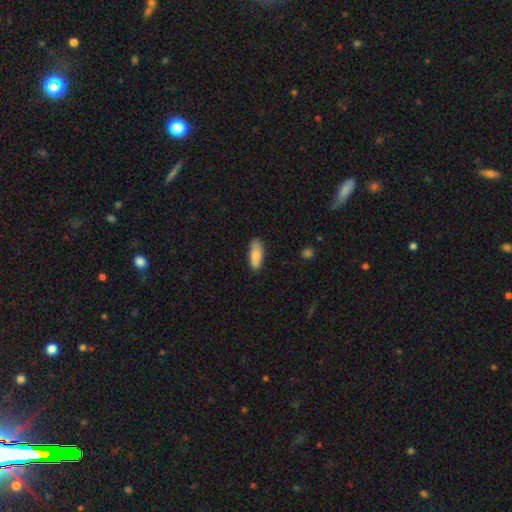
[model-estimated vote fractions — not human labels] A smooth galaxy with no disk features (80%) that is in between round and cigar-shaped (74%). Merging: none (82%).